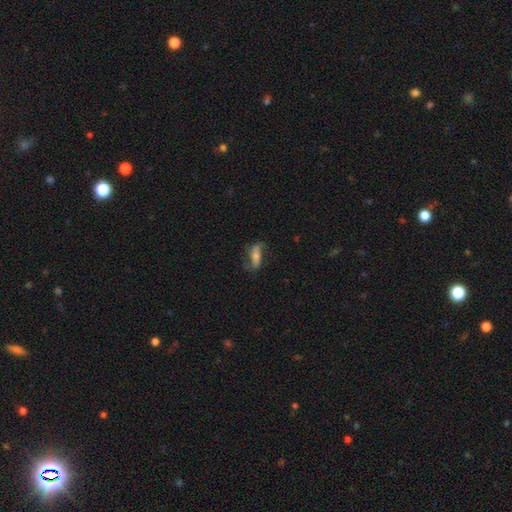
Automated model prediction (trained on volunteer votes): Smooth or featured?
  - featured or disk: 58% *
  - smooth: 34%
  - star or artifact: 8%
Edge-on disk?
  - no: 88% *
  - yes: 12%
Bar?
  - strong: 39% *
  - no: 32%
  - weak: 29%
Spiral arms?
  - yes: 87% *
  - no: 13%
Bulge size?
  - small: 42% *
  - moderate: 35%
  - none: 11%
  - large: 10%
  - dominant: 3%
Merging?
  - none: 64% *
  - minor disturbance: 20%
  - major disturbance: 14%
  - merger: 2%